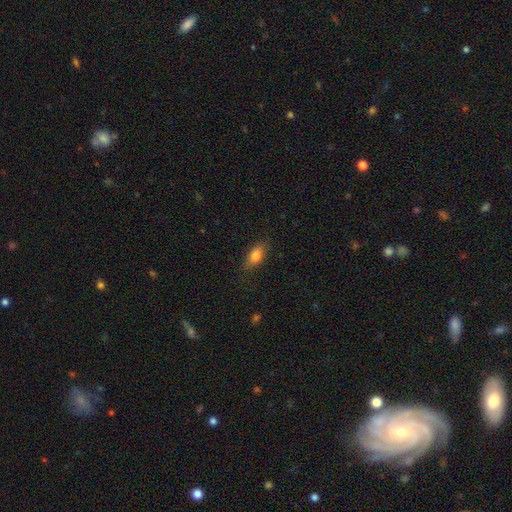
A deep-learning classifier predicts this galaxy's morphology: This appears to be a smooth galaxy with no disk features (80%) that is in between round and cigar-shaped (84%). Merging: none (81%).